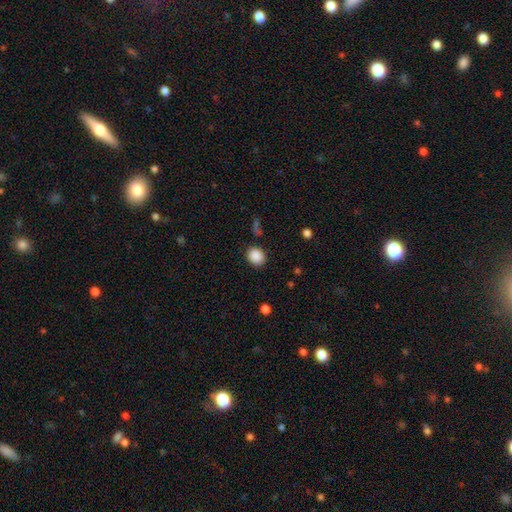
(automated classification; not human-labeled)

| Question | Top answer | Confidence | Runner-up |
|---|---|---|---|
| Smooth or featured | smooth | 88% | star or artifact (9%) |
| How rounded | round | 65% | in between (34%) |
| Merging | none | 86% | minor disturbance (9%) |